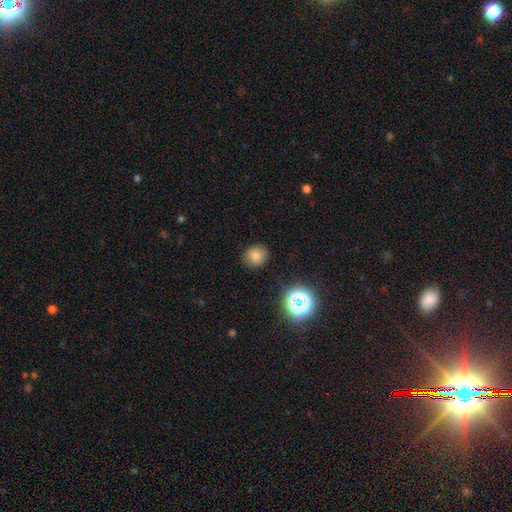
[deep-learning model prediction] Smooth or featured: smooth — 79% (star or artifact — 15%)
How rounded: round — 80% (in between — 19%)
Merging: none — 86% (minor disturbance — 10%)